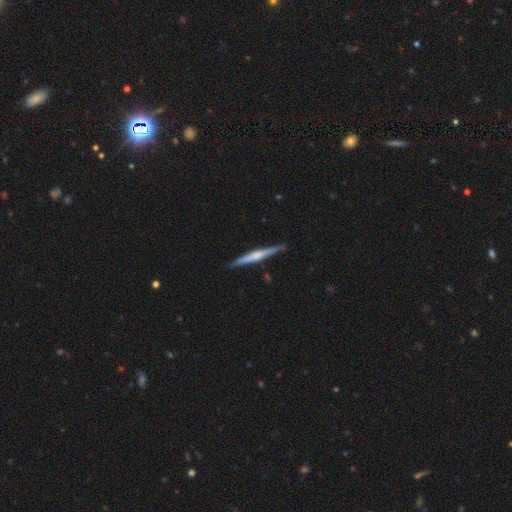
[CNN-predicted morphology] Overall: featured or disk (55%; smooth 40%). Edge-on disk: yes (98%). Edge-on bulge: rounded (46%; none 36%). Merging: none (88%).